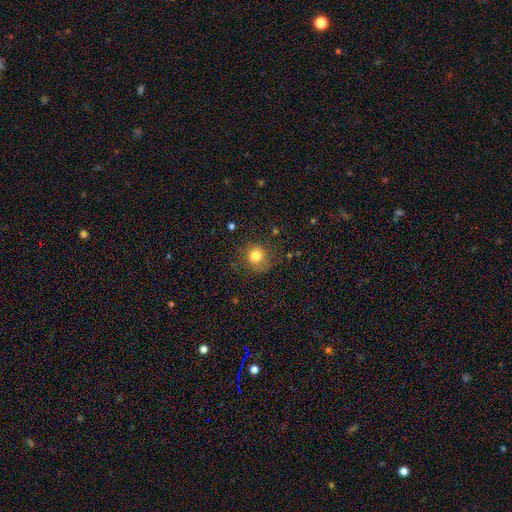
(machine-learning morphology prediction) Q: Smooth or featured?
A: smooth (81%); runner-up: star or artifact (12%)
Q: How rounded?
A: round (91%); runner-up: in between (9%)
Q: Merging?
A: none (80%); runner-up: minor disturbance (13%)